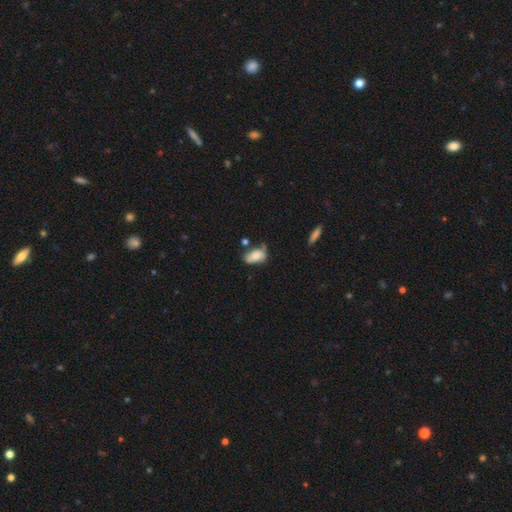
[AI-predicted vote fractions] The model was most divided on "merging": none: 43%, minor disturbance: 36%, major disturbance: 11%, merger: 10%. More confident: how rounded — in between (90%); smooth or featured — smooth (76%).